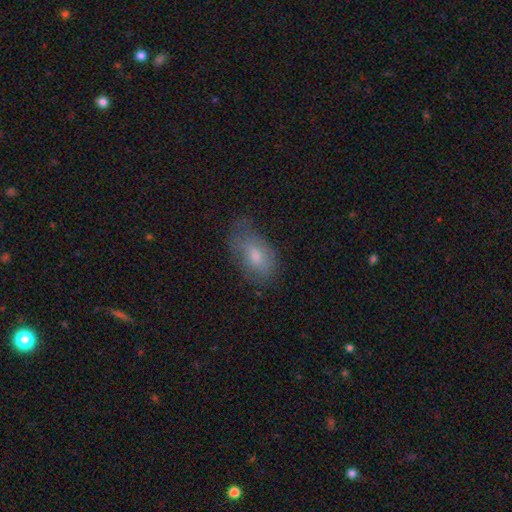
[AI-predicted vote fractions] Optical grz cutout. It shows a smooth galaxy with no disk features (67%) that is in between round and cigar-shaped (90%). Merging: none (49%).